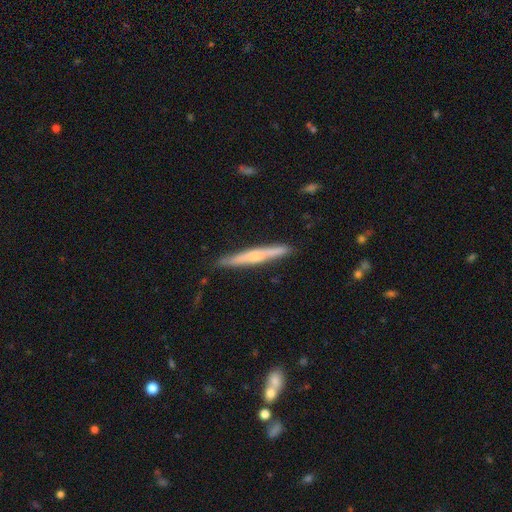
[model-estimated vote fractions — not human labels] Smooth or featured? Predicted: featured or disk (p=0.54). Edge-on disk? Predicted: yes (p=0.97). Edge-on bulge? Predicted: rounded (p=0.54). Merging? Predicted: none (p=0.87).